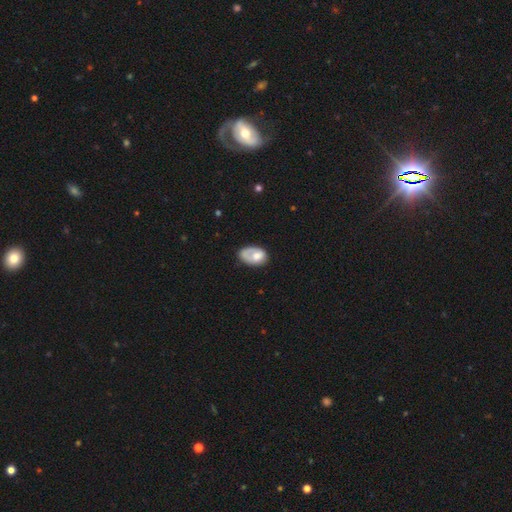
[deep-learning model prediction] smooth_or_featured: smooth (p=0.63) [alt: featured or disk p=0.30]
how_rounded: in between (p=0.89) [alt: round p=0.10]
merging: none (p=0.47) [alt: minor disturbance p=0.30]